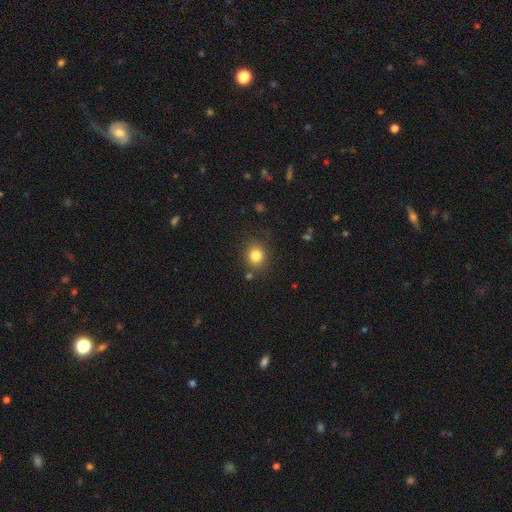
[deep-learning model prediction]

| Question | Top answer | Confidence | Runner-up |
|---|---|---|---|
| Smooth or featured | smooth | 82% | star or artifact (11%) |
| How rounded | round | 78% | in between (21%) |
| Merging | none | 82% | minor disturbance (10%) |